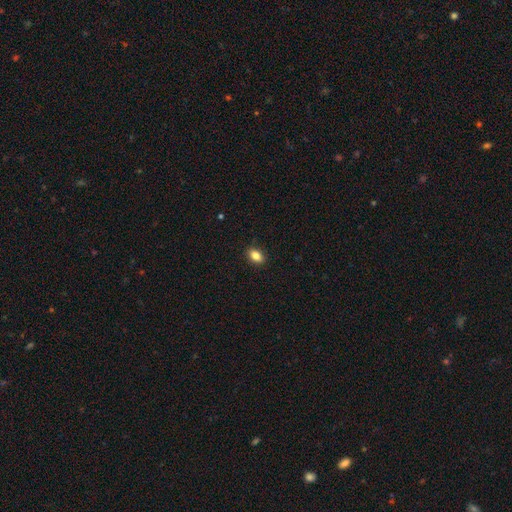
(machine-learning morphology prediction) smooth 85%, star or artifact 9%, featured or disk 6%. Down the decision tree: how rounded — in between (81%); merging — none (90%).